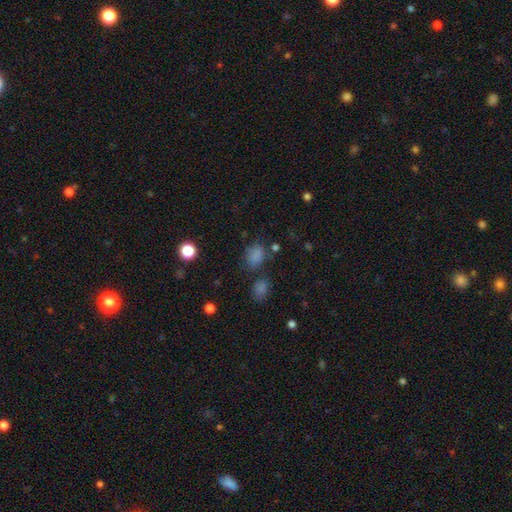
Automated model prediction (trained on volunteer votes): smooth-or-featured: smooth: 76% | star or artifact: 18% | featured or disk: 6%
  how-rounded: in between: 61% | round: 37% | cigar-shaped: 1%
  merging: none: 63% | minor disturbance: 19% | merger: 10% | major disturbance: 8%